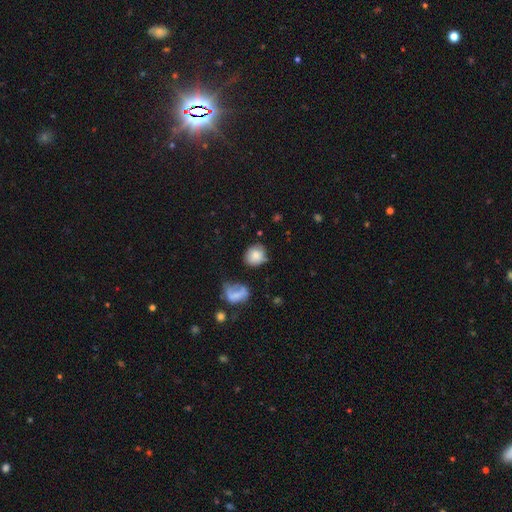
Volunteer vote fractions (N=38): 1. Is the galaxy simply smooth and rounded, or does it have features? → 74% smooth, 21% featured or disk, 5% star or artifact.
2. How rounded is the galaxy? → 64% round, 36% in between, 0% cigar-shaped.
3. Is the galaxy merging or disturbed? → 42% none (tied), 42% minor disturbance (tied), 11% major disturbance, 6% merger.